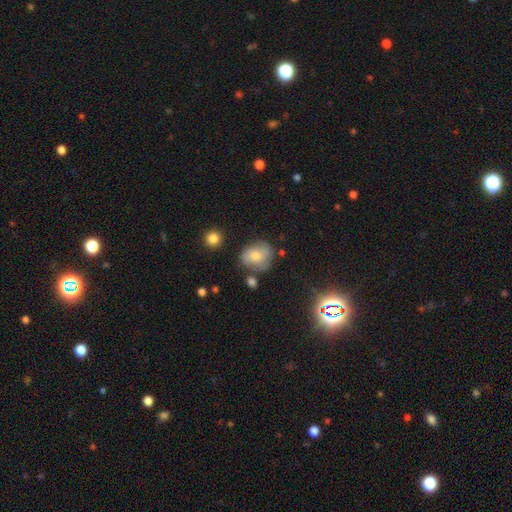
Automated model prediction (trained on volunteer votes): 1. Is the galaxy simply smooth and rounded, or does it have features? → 61% smooth, 29% featured or disk, 10% star or artifact.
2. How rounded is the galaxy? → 57% round, 42% in between, 1% cigar-shaped.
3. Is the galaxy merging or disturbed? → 61% none, 25% minor disturbance, 8% major disturbance, 6% merger.